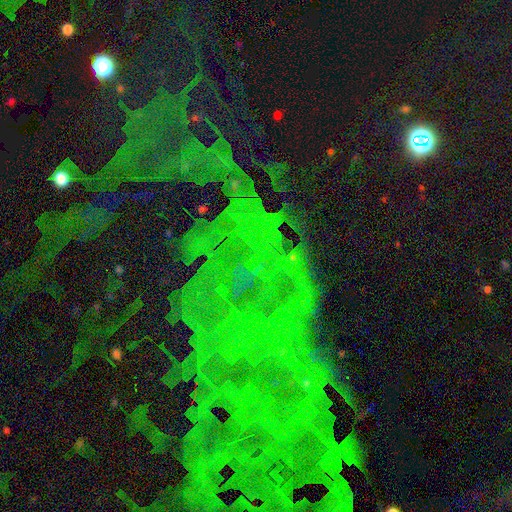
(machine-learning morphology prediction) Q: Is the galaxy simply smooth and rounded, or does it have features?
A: star or artifact — 76%.